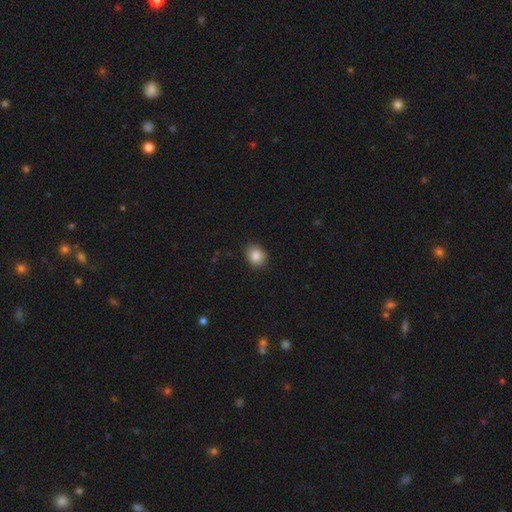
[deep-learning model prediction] Overall: smooth (86%). How rounded: in between (50%; round 49%). Merging: none (85%).